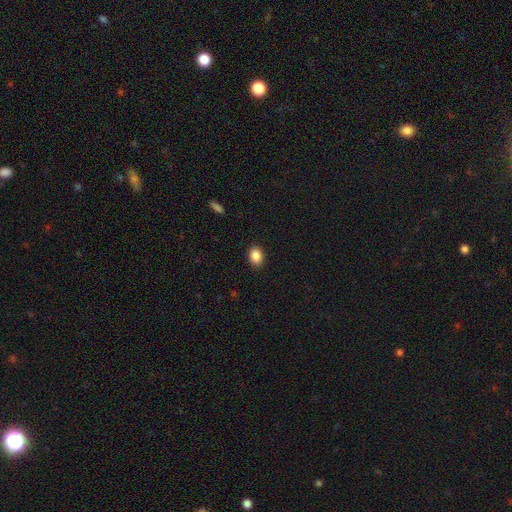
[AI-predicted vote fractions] smooth-or-featured: smooth: 88% | star or artifact: 8% | featured or disk: 4%
  how-rounded: in between: 74% | round: 25% | cigar-shaped: 1%
  merging: none: 90% | minor disturbance: 7% | major disturbance: 2% | merger: 1%